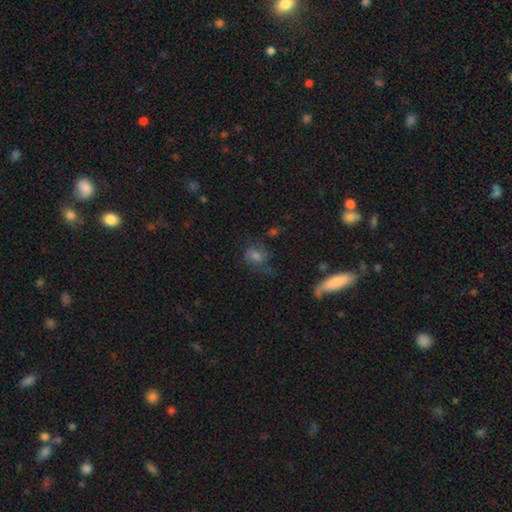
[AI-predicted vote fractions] Smooth or featured? smooth (47%)
Merging? none (58%)